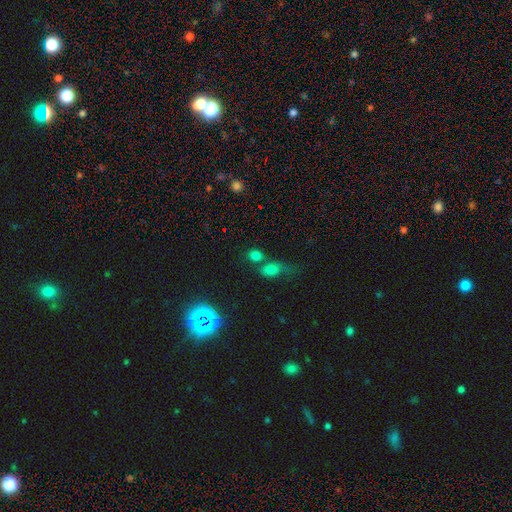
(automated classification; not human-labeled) A smooth galaxy with no disk features (73%) that is round (57%).

Vote fractions:
- Smooth or featured? smooth: 73% / star or artifact: 19% / featured or disk: 8%
- How rounded? round: 57% / in between: 40% / cigar-shaped: 3%
- Merging? none: 53% / merger: 31% / minor disturbance: 10% / major disturbance: 5%